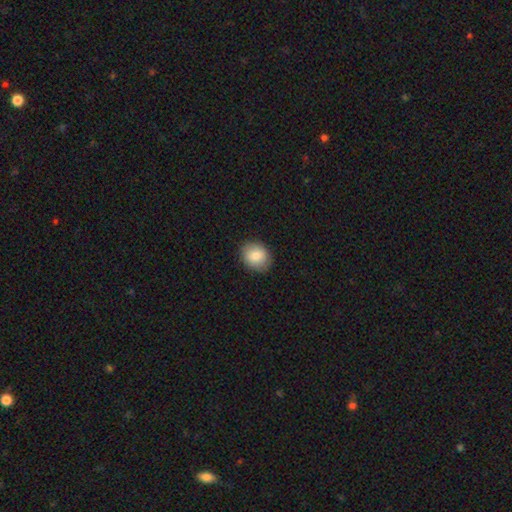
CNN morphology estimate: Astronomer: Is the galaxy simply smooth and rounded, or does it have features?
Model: smooth — 83%.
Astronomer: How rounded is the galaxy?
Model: round — 57% (runner-up: in between, 43%).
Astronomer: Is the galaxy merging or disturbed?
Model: none — 86%.